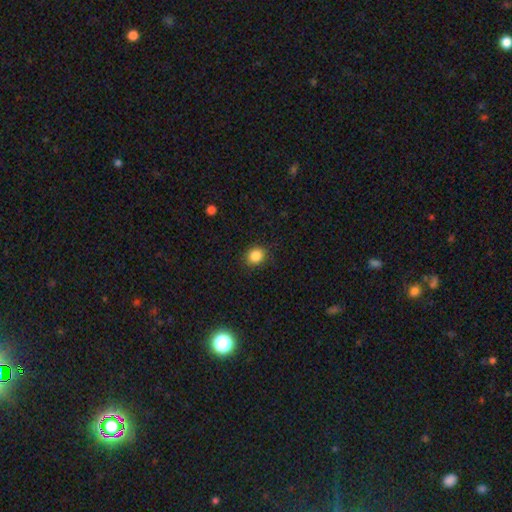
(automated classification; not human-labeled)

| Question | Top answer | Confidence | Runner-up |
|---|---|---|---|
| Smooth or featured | smooth | 86% | star or artifact (10%) |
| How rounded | round | 78% | in between (21%) |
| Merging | none | 89% | minor disturbance (8%) |